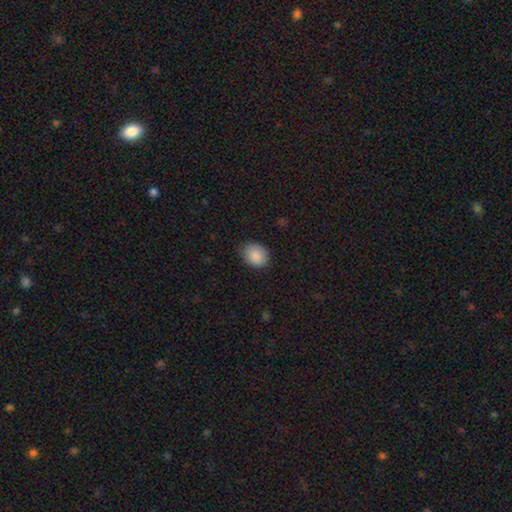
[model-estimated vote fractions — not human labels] Smooth or featured: smooth — 88% (star or artifact — 8%)
How rounded: in between — 50% (round — 49%)
Merging: none — 81% (minor disturbance — 16%)